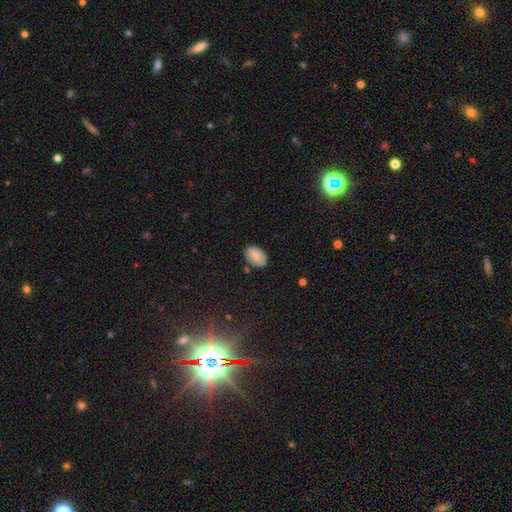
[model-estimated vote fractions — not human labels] Q: Smooth or featured?
A: smooth (72%); runner-up: featured or disk (20%)
Q: How rounded?
A: in between (88%); runner-up: round (11%)
Q: Merging?
A: none (80%); runner-up: minor disturbance (15%)